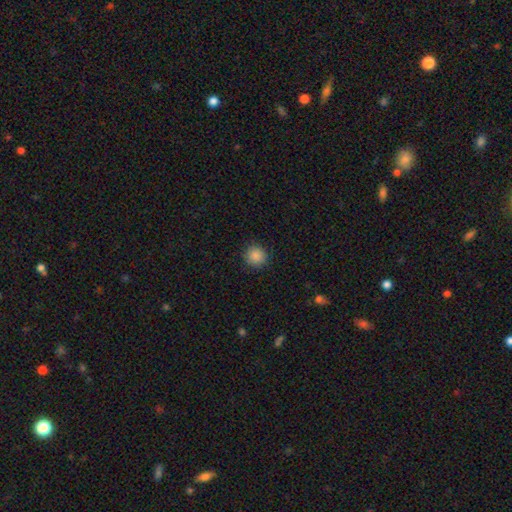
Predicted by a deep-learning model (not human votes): Smooth or featured: smooth — 87% (star or artifact — 10%)
How rounded: round — 93% (in between — 6%)
Merging: none — 90% (minor disturbance — 7%)